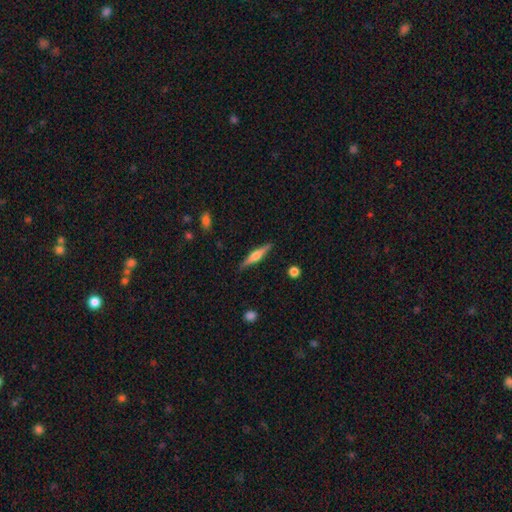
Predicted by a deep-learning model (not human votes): A featured or disk galaxy (60%) viewed edge-on (97%) with a rounded central bulge (83%).

Vote fractions:
- Smooth or featured? featured or disk: 60% / smooth: 34% / star or artifact: 6%
- Edge-on disk? yes: 97% / no: 3%
- Edge-on bulge? rounded: 83% / boxy: 11% / none: 6%
- Merging? none: 88% / minor disturbance: 9% / major disturbance: 2% / merger: 1%